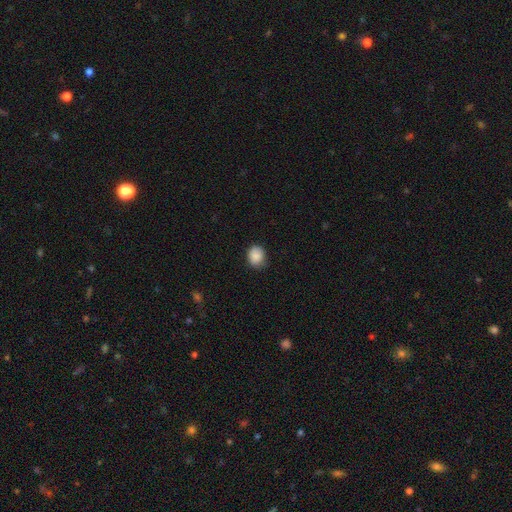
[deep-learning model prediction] Overall: smooth (88%). How rounded: round (63%; in between 36%). Merging: none (77%).